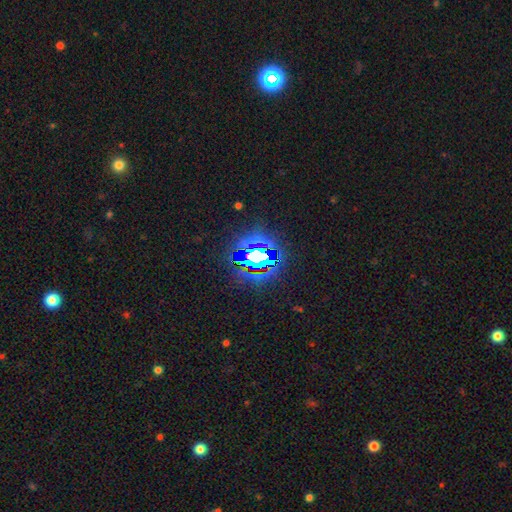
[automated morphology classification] Q: Smooth or featured?
A: star or artifact (84%); runner-up: smooth (10%)